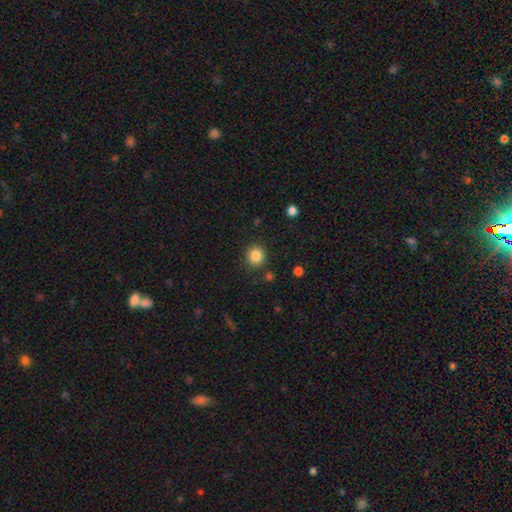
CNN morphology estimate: A smooth galaxy with no disk features (85%) that is round (88%). Merging: none (88%).